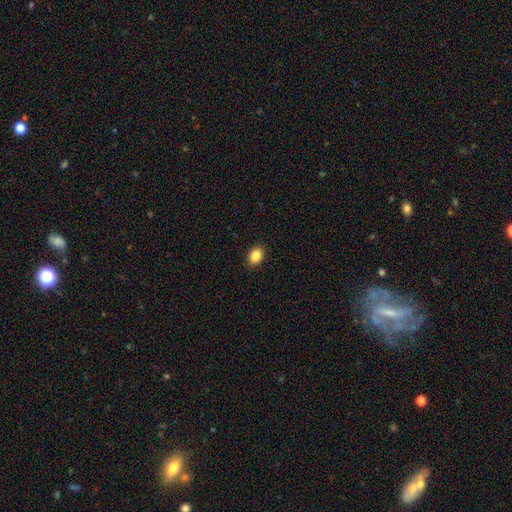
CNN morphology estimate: Smooth or featured? smooth (86%)
How rounded? in between (66%)
Merging? none (91%)